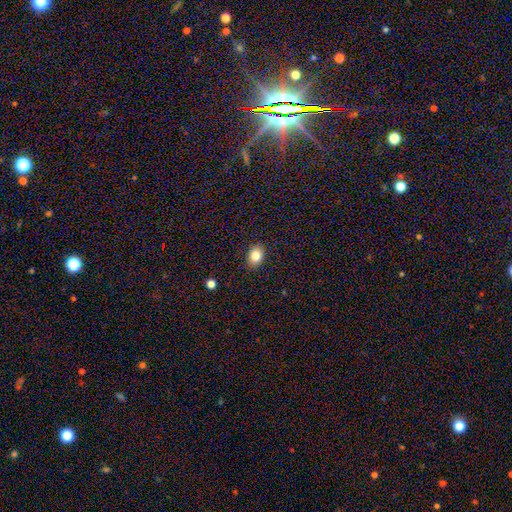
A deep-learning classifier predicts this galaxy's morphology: Smooth or featured? Predicted: smooth (p=0.83). How rounded? Predicted: in between (p=0.61). Merging? Predicted: none (p=0.88).